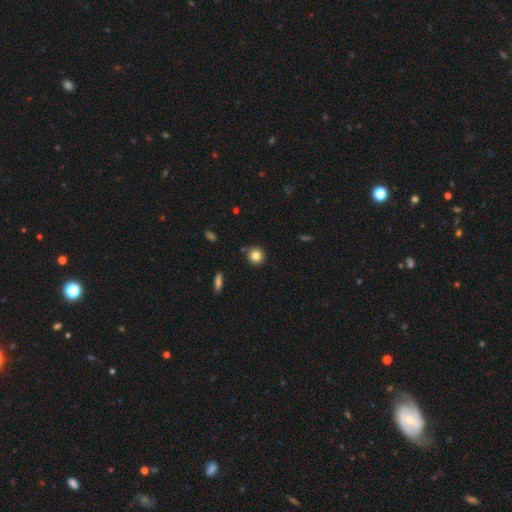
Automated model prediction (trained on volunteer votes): Smooth or featured? smooth (82%)
How rounded? round (91%)
Merging? none (86%)